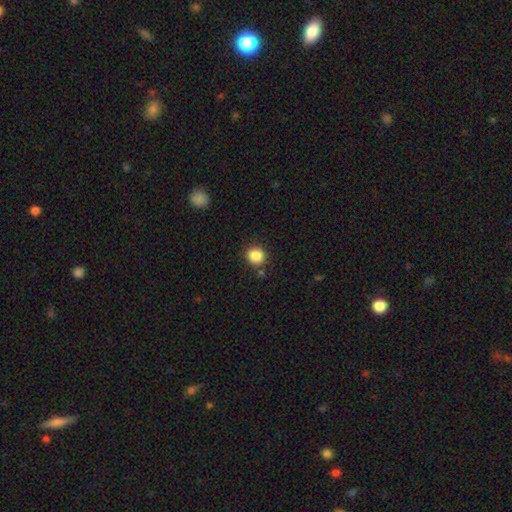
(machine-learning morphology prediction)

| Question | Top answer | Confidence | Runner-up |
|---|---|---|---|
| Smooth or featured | smooth | 86% | star or artifact (10%) |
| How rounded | round | 85% | in between (14%) |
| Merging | none | 84% | minor disturbance (9%) |